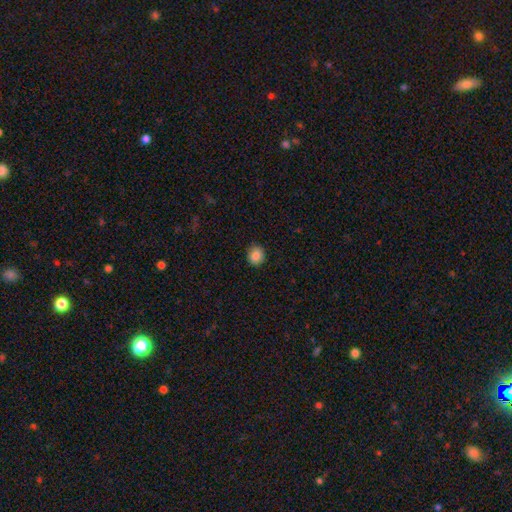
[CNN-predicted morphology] Smooth or featured? Predicted: smooth (p=0.86). How rounded? Predicted: round (p=0.75). Merging? Predicted: none (p=0.89).